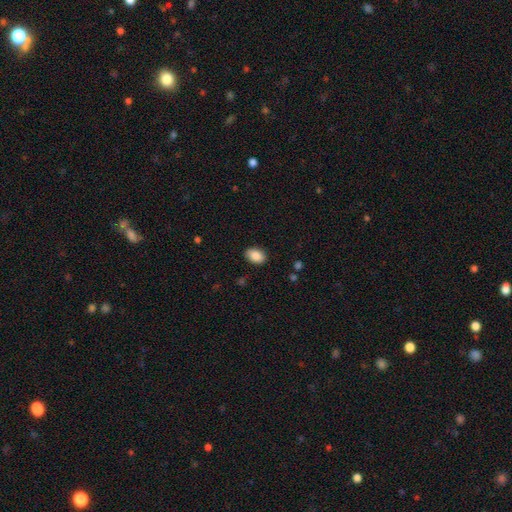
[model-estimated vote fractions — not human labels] The model was most divided on "how rounded": in between: 84%, round: 15%, cigar-shaped: 1%. More confident: smooth or featured — smooth (88%); merging — none (87%).